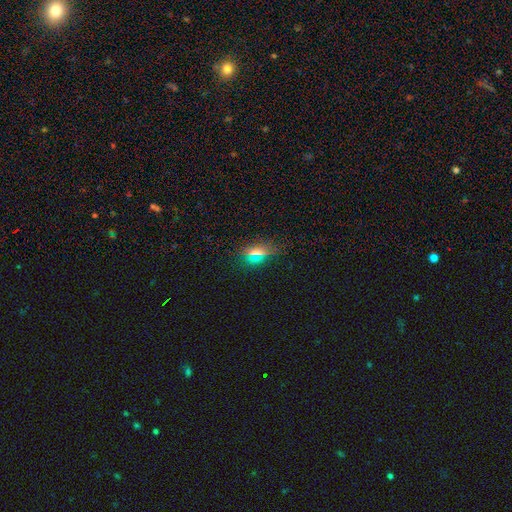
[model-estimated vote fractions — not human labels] Q: Smooth or featured?
A: smooth (59%); runner-up: star or artifact (29%)
Q: How rounded?
A: in between (55%); runner-up: round (37%)
Q: Merging?
A: none (84%); runner-up: minor disturbance (10%)